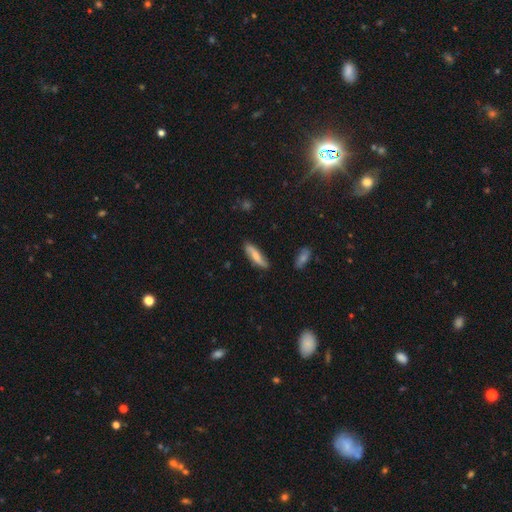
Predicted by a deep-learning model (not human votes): smooth_or_featured: smooth (p=0.63) [alt: featured or disk p=0.31]
how_rounded: cigar-shaped (p=0.64) [alt: in between p=0.33]
merging: none (p=0.80) [alt: minor disturbance p=0.15]